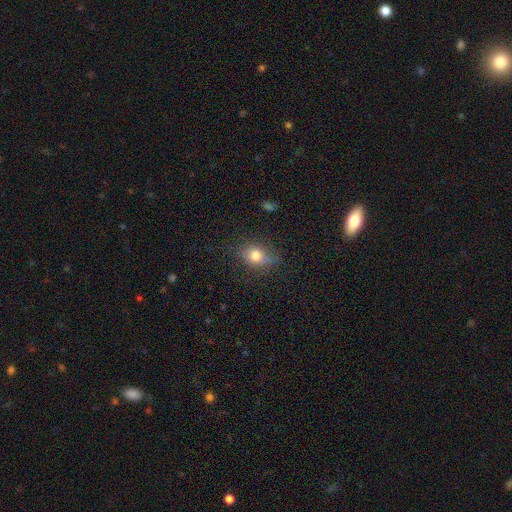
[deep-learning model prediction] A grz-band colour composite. It shows a smooth galaxy with no disk features (76%) that is round (54%). Merging: none (70%).